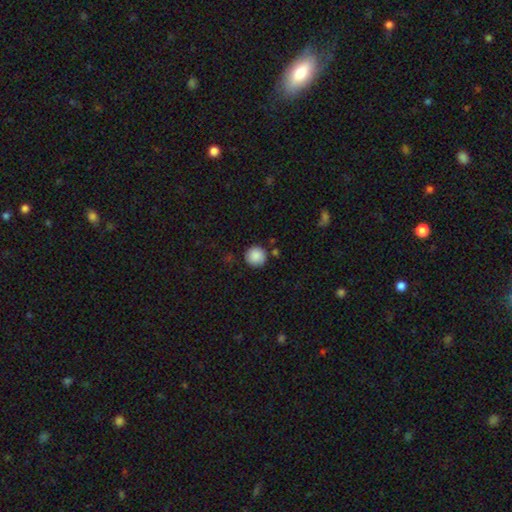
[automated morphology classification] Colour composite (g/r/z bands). It shows a smooth galaxy with no disk features (88%) that is round (95%). Merging: none (86%).